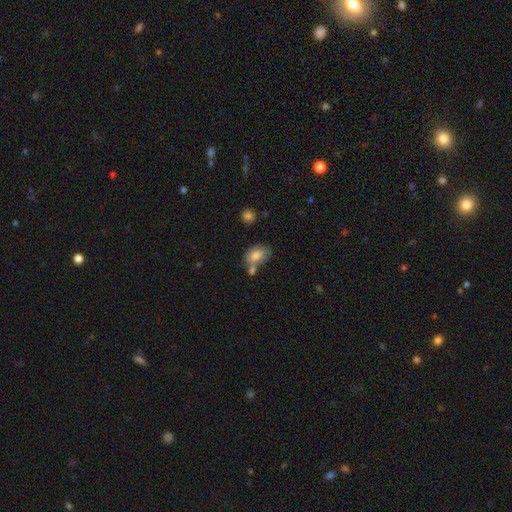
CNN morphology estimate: smooth-or-featured: smooth: 80% | featured or disk: 12% | star or artifact: 8%
  how-rounded: in between: 85% | round: 14% | cigar-shaped: 1%
  merging: none: 47% | merger: 27% | minor disturbance: 20% | major disturbance: 6%